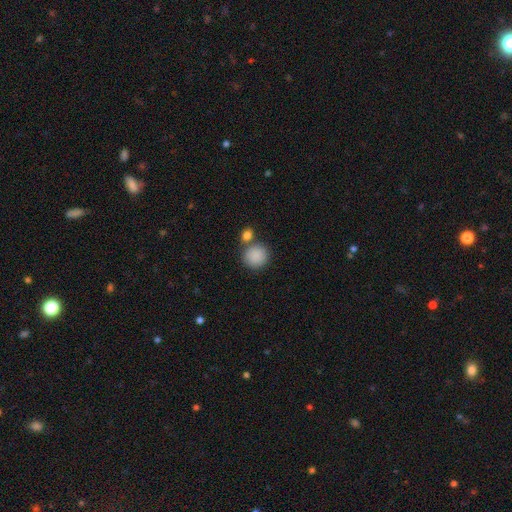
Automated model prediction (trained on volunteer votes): Smooth or featured?
  - smooth: 88% *
  - star or artifact: 8%
  - featured or disk: 4%
How rounded?
  - round: 88% *
  - in between: 11%
  - cigar-shaped: 1%
Merging?
  - none: 64% *
  - merger: 23%
  - minor disturbance: 10%
  - major disturbance: 4%